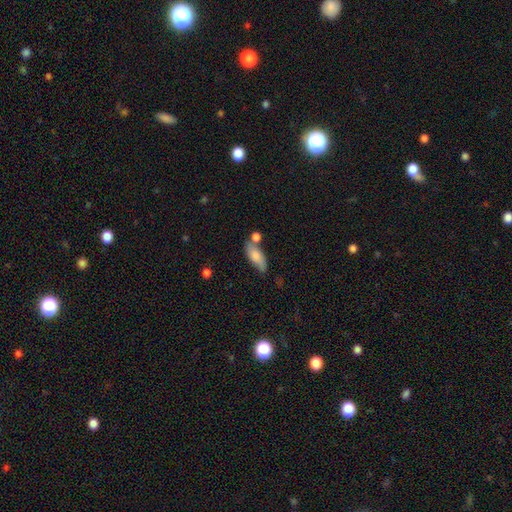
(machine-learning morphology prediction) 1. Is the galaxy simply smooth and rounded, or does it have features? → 75% smooth, 18% featured or disk, 7% star or artifact.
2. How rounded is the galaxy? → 78% in between, 19% cigar-shaped, 3% round.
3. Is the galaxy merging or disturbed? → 54% none, 21% merger, 19% minor disturbance, 6% major disturbance.